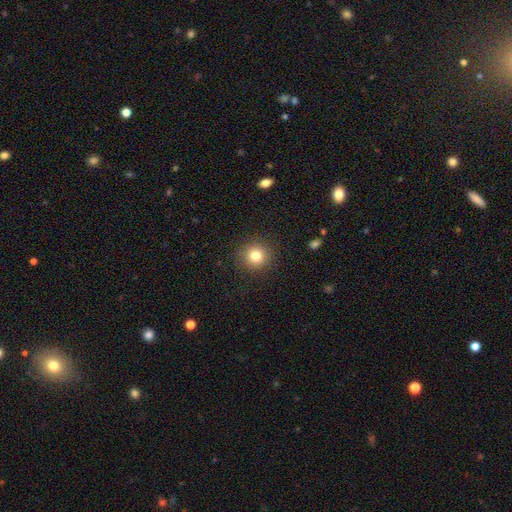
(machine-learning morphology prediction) A smooth galaxy with no disk features (81%) that is round (93%). Merging: none (90%).